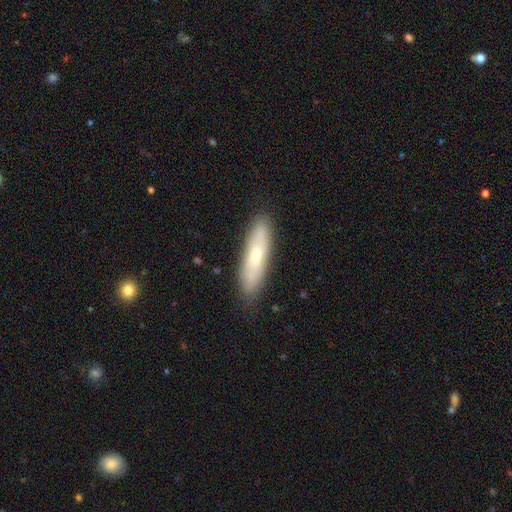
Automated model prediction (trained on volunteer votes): Morphology: type=smooth (61%); roundness=cigar-shaped (73%); merging=none (85%).